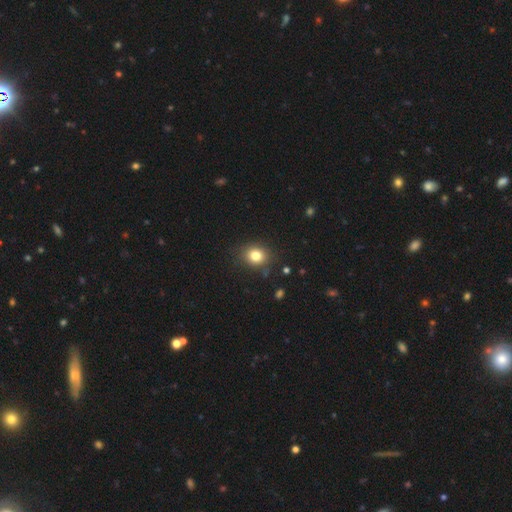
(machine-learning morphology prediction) Smooth or featured: smooth — 81% (star or artifact — 12%)
How rounded: round — 63% (in between — 36%)
Merging: none — 84% (minor disturbance — 11%)